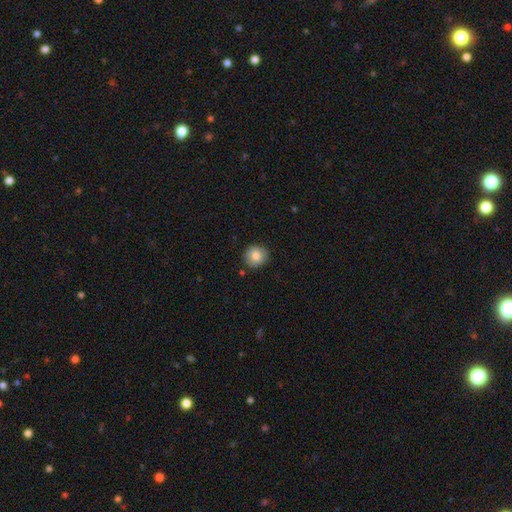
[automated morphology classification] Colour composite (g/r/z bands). It shows a smooth galaxy with no disk features (76%) that is round (87%). Merging: none (87%).